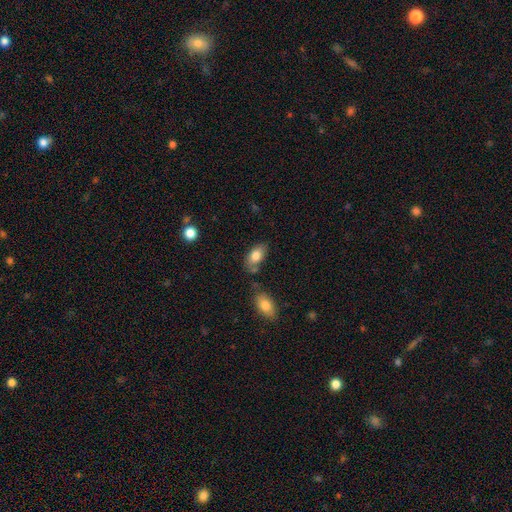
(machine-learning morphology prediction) The model was most divided on "merging": none: 60%, minor disturbance: 22%, merger: 12%, major disturbance: 6%. More confident: how rounded — in between (92%); smooth or featured — smooth (80%).